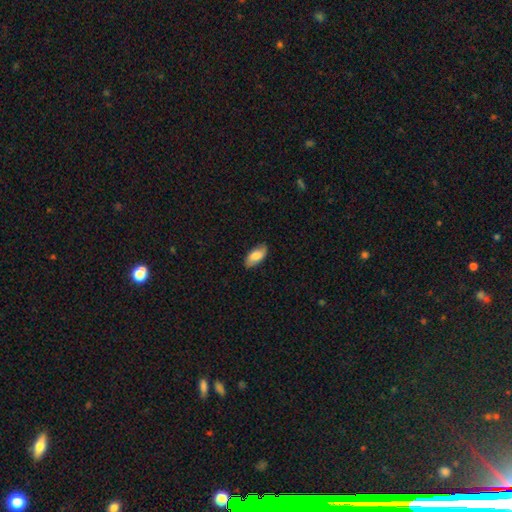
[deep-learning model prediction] smooth 78%, featured or disk 16%, star or artifact 6%. Down the decision tree: how rounded — in between (92%); merging — none (82%).